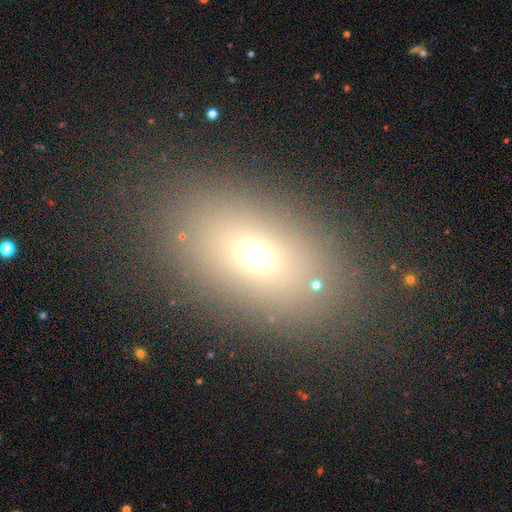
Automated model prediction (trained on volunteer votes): This appears to be a smooth galaxy with no disk features (66%) that is in between round and cigar-shaped (80%). Merging: none (81%).